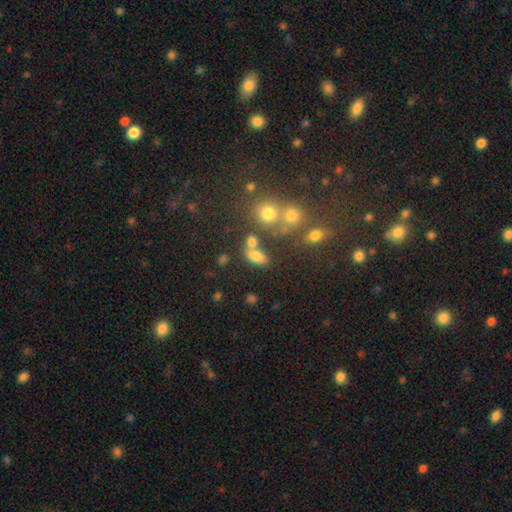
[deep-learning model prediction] smooth-or-featured: smooth: 74% | star or artifact: 15% | featured or disk: 12%
  how-rounded: in between: 79% | round: 15% | cigar-shaped: 7%
  merging: none: 52% | merger: 27% | minor disturbance: 14% | major disturbance: 7%